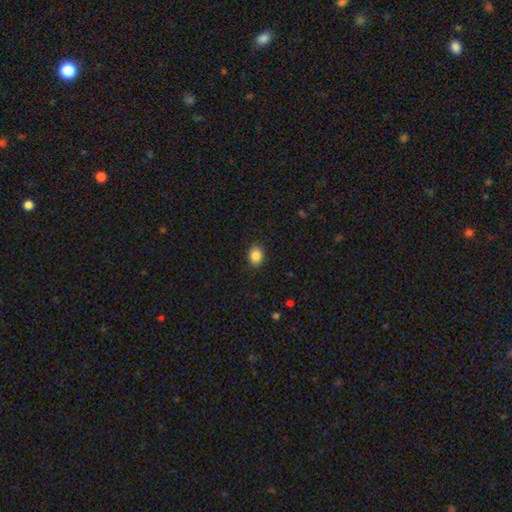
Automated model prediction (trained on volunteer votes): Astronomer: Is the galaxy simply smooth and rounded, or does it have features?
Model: smooth — 87%.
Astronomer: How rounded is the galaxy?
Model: in between — 60% (runner-up: round, 39%).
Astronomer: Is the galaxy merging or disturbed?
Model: none — 90%.